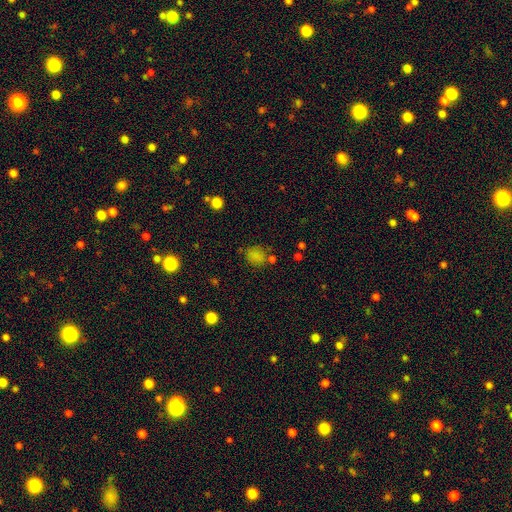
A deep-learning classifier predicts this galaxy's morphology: type=smooth (76%); roundness=round (60%); merging=none (68%).